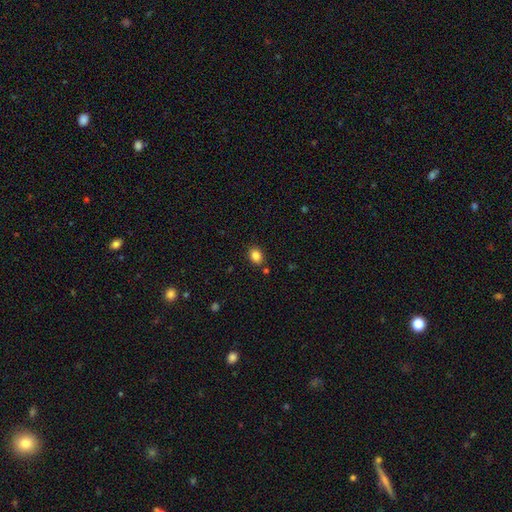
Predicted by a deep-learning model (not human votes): Overall: smooth (85%). How rounded: in between (57%; round 42%). Merging: none (84%).